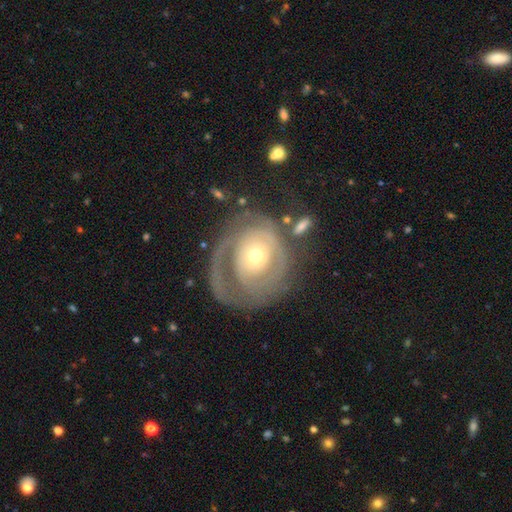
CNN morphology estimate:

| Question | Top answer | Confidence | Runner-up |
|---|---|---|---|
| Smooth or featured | featured or disk | 77% | smooth (17%) |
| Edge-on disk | no | 97% | yes (3%) |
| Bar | no | 79% | weak (16%) |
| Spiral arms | yes | 78% | no (22%) |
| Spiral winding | tight | 62% | medium (25%) |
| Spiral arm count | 1 | 34% | can't tell (29%) |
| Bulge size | small | 48% | moderate (46%) |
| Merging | none | 49% | major disturbance (26%) |